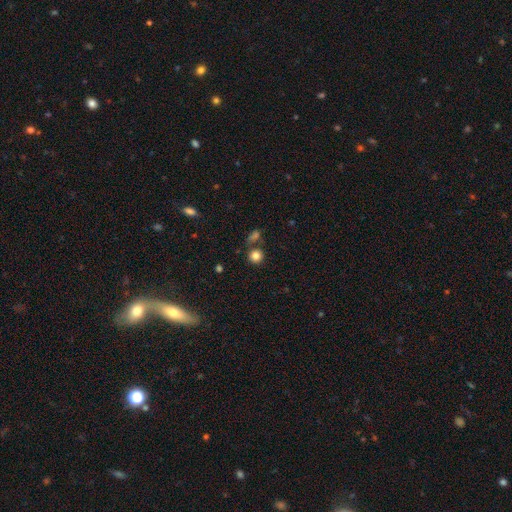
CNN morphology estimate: A smooth galaxy with no disk features (82%) that is round (91%). Merging: none (75%).